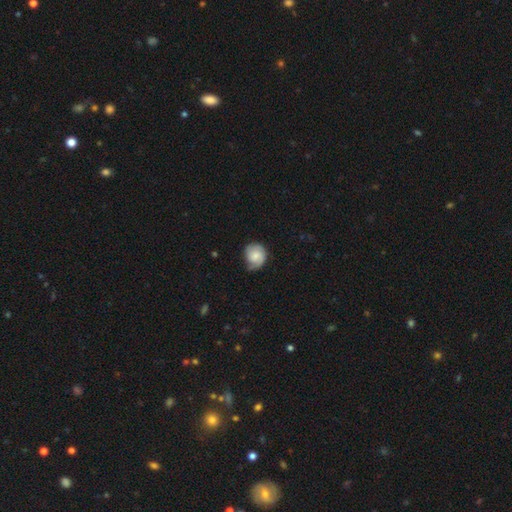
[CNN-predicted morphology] smooth-or-featured: smooth: 60% | featured or disk: 33% | star or artifact: 7%
  how-rounded: round: 75% | in between: 24% | cigar-shaped: 1%
  merging: none: 52% | minor disturbance: 34% | major disturbance: 12% | merger: 2%